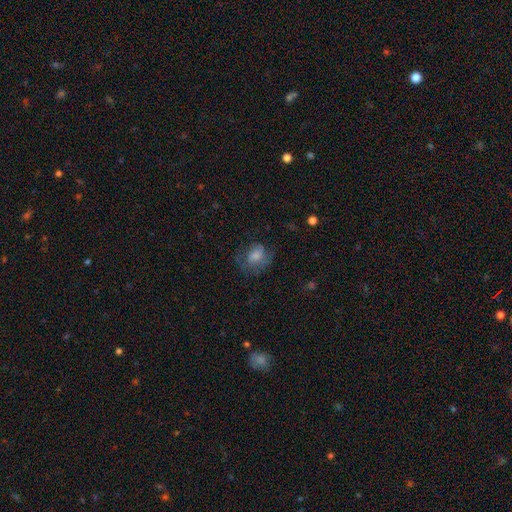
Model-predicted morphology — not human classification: Smooth or featured?
  - smooth: 51% *
  - featured or disk: 34%
  - star or artifact: 15%
How rounded?
  - in between: 50% *
  - round: 49%
  - cigar-shaped: 1%
Merging?
  - none: 60% *
  - minor disturbance: 22%
  - major disturbance: 17%
  - merger: 1%